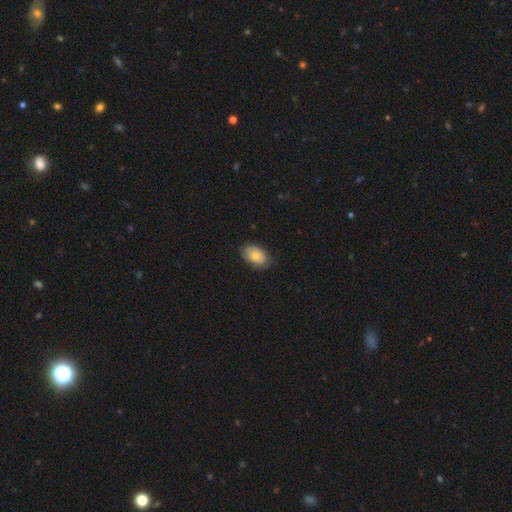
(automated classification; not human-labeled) This appears to be a smooth galaxy with no disk features (71%) that is in between round and cigar-shaped (89%). Merging: none (75%).